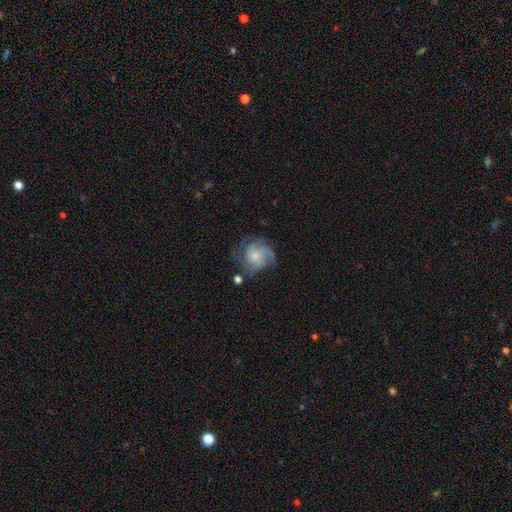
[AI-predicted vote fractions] Smooth or featured? Predicted: featured or disk (p=0.75). Edge-on disk? Predicted: no (p=0.98). Bar? Predicted: no (p=0.78). Spiral arms? Predicted: yes (p=0.93). Spiral winding? Predicted: medium (p=0.43). Spiral arm count? Predicted: 3 (p=0.35). Bulge size? Predicted: small (p=0.57). Merging? Predicted: none (p=0.60).